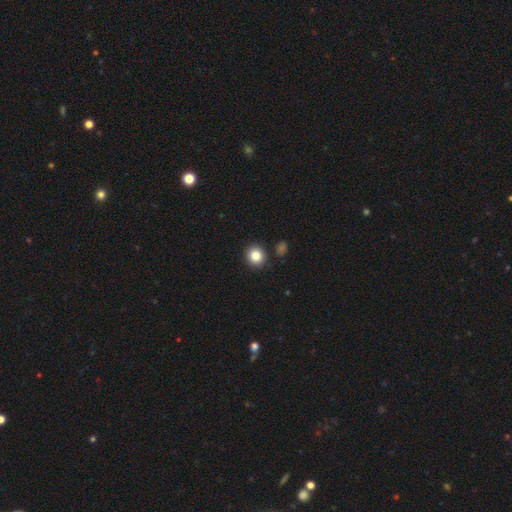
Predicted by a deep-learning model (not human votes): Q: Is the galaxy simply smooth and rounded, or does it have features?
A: smooth — 85%.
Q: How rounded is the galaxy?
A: round — 87%.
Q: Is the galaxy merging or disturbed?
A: none — 89%.